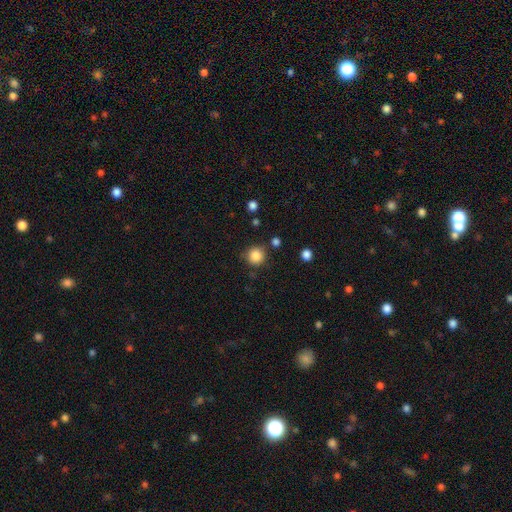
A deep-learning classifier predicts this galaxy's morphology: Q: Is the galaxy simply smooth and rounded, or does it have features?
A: smooth — 85%.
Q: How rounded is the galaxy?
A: round — 93%.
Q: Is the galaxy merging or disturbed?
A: none — 84%.